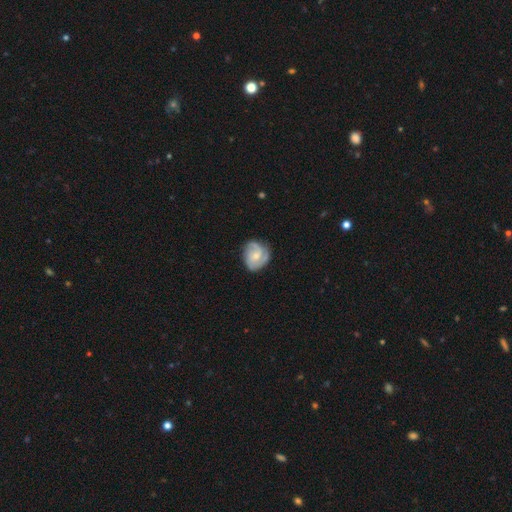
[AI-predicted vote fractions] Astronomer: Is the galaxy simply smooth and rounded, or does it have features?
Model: featured or disk — 67%.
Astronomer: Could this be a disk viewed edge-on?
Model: no — 98%.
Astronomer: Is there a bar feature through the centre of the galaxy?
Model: no — 68%.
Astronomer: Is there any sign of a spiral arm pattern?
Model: yes — 91%.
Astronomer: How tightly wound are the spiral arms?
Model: tight — 46% (runner-up: medium, 40%).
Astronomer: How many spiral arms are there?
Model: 3 — 36% (runner-up: 2, 32%).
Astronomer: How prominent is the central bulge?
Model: small — 52% (runner-up: moderate, 42%).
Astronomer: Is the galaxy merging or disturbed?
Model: none — 66%.